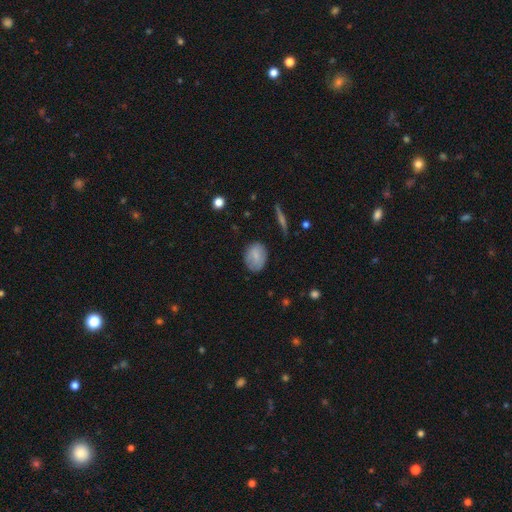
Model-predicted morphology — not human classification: smooth 78%, featured or disk 14%, star or artifact 8%. Down the decision tree: how rounded — in between (61%); merging — none (77%).